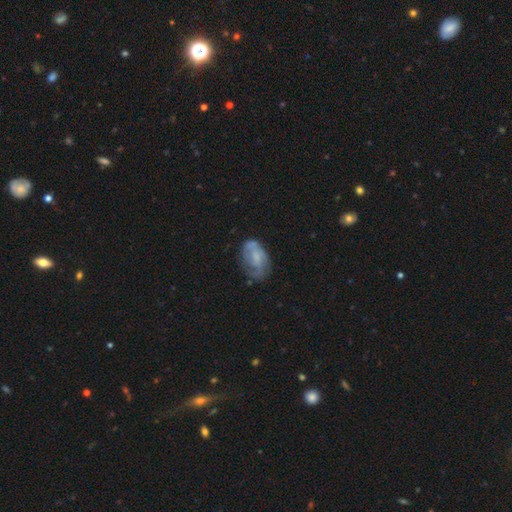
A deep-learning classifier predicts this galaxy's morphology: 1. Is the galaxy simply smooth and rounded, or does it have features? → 51% featured or disk, 41% smooth, 8% star or artifact.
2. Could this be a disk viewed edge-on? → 96% no, 4% yes.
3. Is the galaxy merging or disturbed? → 51% none, 30% minor disturbance, 16% major disturbance, 3% merger.